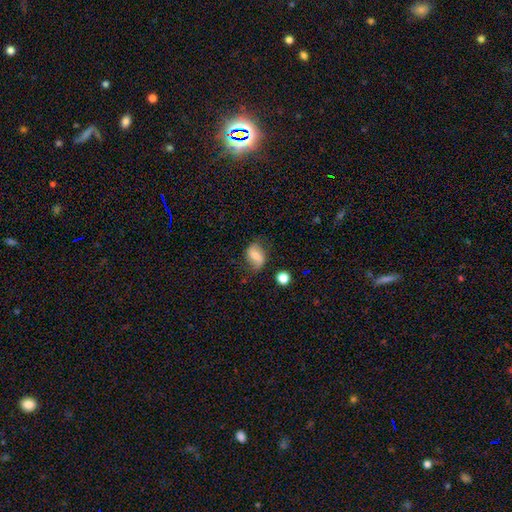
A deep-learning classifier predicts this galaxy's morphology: A featured or disk galaxy (46%).

Vote fractions:
- Smooth or featured? featured or disk: 46% / smooth: 44% / star or artifact: 10%
- Merging? none: 67% / minor disturbance: 23% / major disturbance: 8% / merger: 3%